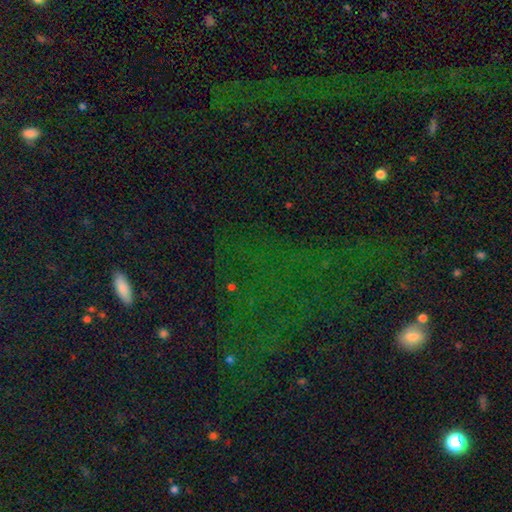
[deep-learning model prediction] A star or artifact, not a galaxy (71%).

Vote fractions:
- Smooth or featured? star or artifact: 71% / smooth: 18% / featured or disk: 11%